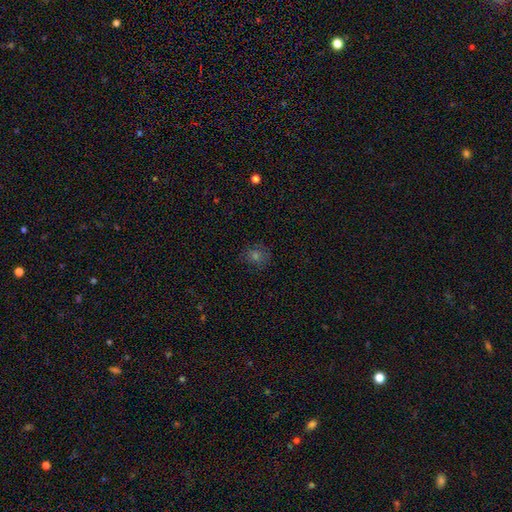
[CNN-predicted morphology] smooth-or-featured: smooth: 59% | star or artifact: 28% | featured or disk: 13%
  how-rounded: round: 80% | in between: 19% | cigar-shaped: 1%
  merging: none: 82% | minor disturbance: 12% | major disturbance: 4% | merger: 1%